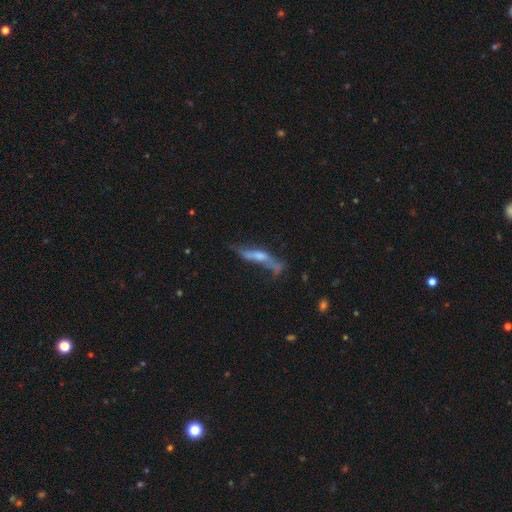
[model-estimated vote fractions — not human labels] smooth-or-featured: featured or disk: 63% | smooth: 25% | star or artifact: 11%
  disk-edge-on: yes: 68% | no: 32%
  merging: none: 44% | minor disturbance: 25% | major disturbance: 23% | merger: 9%